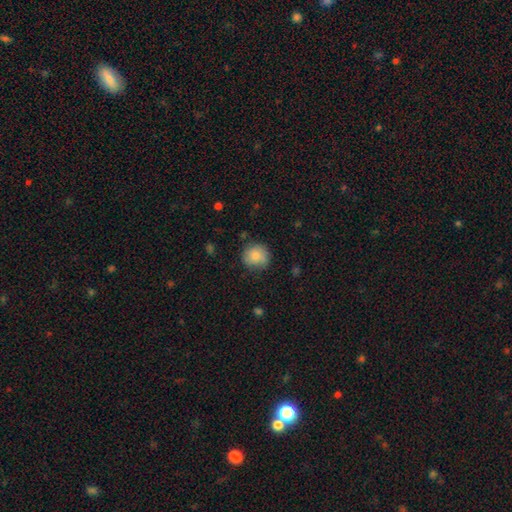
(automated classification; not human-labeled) A smooth galaxy with no disk features (83%) that is round (88%).

Vote fractions:
- Smooth or featured? smooth: 83% / featured or disk: 9% / star or artifact: 8%
- How rounded? round: 88% / in between: 11% / cigar-shaped: 1%
- Merging? none: 77% / minor disturbance: 18% / major disturbance: 4% / merger: 2%